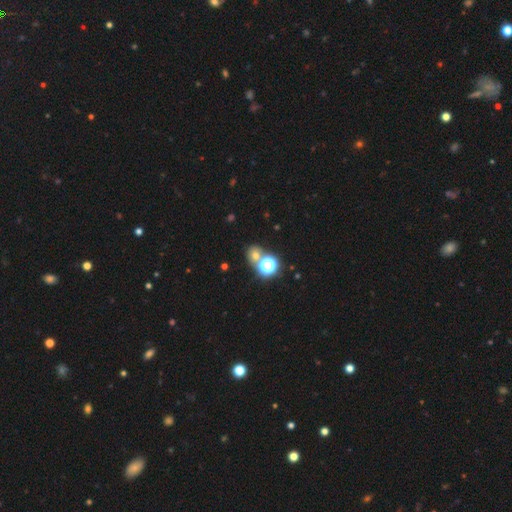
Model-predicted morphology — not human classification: The model was most divided on "smooth or featured": smooth: 59%, star or artifact: 32%, featured or disk: 9%. More confident: how rounded — round (78%); merging — none (64%).